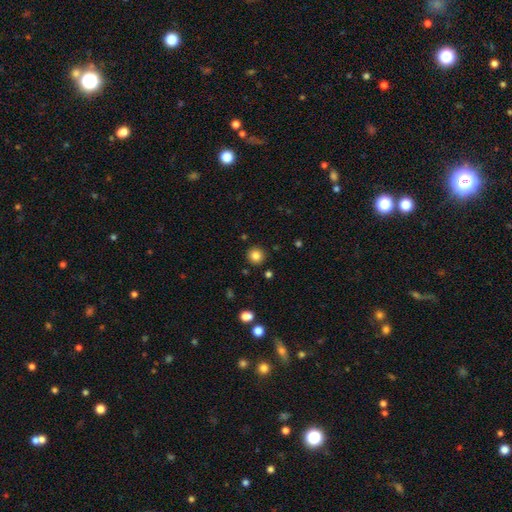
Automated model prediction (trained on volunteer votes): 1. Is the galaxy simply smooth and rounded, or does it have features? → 82% smooth, 11% star or artifact, 6% featured or disk.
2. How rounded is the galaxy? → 93% round, 6% in between, 1% cigar-shaped.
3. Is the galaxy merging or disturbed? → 90% none, 6% minor disturbance, 2% merger, 2% major disturbance.